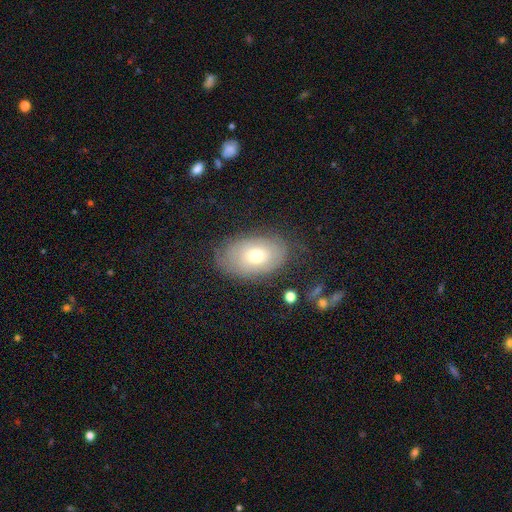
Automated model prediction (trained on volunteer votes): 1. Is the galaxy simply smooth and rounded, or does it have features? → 51% smooth, 40% featured or disk, 9% star or artifact.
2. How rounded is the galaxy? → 87% in between, 11% round, 1% cigar-shaped.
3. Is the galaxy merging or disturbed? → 73% none, 19% minor disturbance, 7% major disturbance, 2% merger.